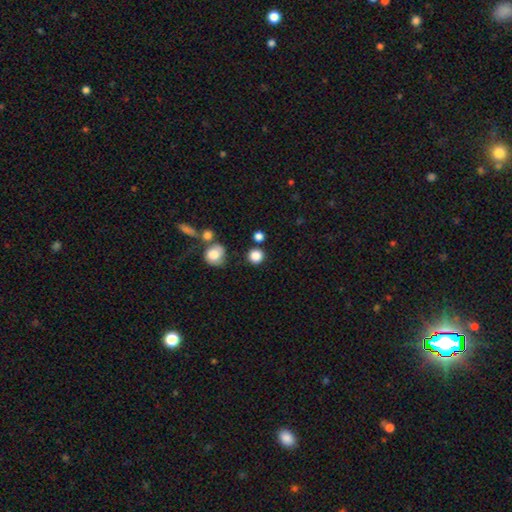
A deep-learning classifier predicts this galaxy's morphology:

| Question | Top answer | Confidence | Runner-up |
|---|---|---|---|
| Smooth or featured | smooth | 84% | star or artifact (11%) |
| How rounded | round | 91% | in between (8%) |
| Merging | none | 79% | minor disturbance (10%) |